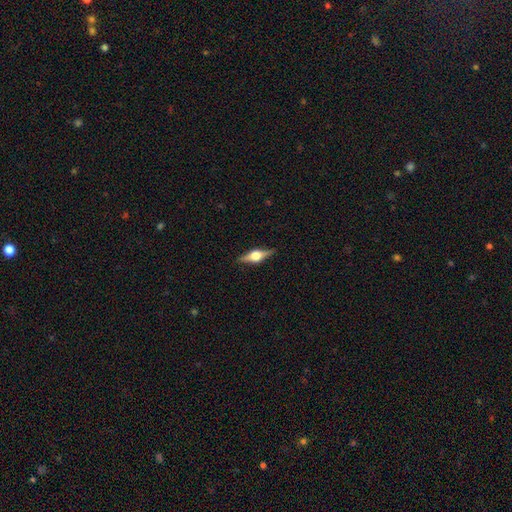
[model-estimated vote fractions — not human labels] A featured or disk galaxy (75%) viewed edge-on (97%) with a rounded central bulge (94%). Merging: none (89%).